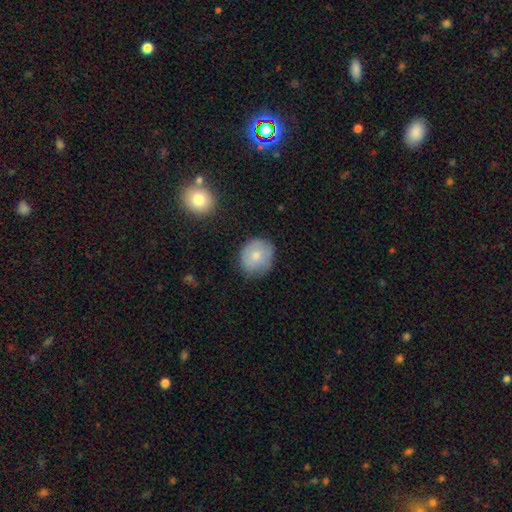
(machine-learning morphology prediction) Smooth or featured? Predicted: smooth (p=0.69). How rounded? Predicted: round (p=0.77). Merging? Predicted: none (p=0.72).